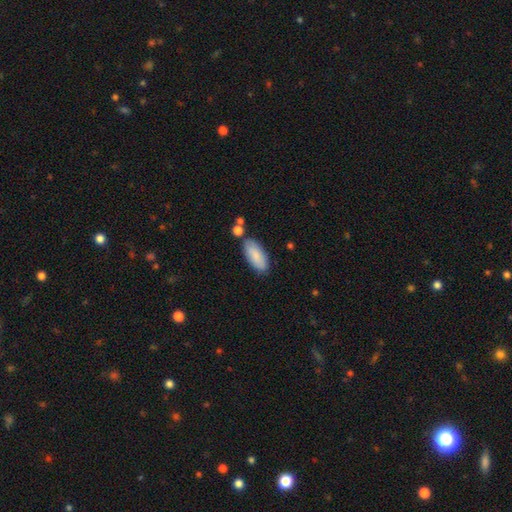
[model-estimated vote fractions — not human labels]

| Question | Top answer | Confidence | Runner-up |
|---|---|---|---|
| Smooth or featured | smooth | 85% | featured or disk (9%) |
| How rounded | in between | 84% | cigar-shaped (14%) |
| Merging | none | 76% | minor disturbance (14%) |